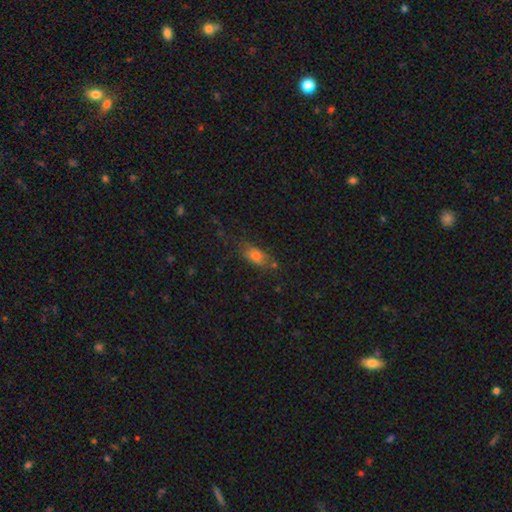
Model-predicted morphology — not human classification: Smooth or featured? smooth (72%)
How rounded? in between (76%)
Merging? none (62%)